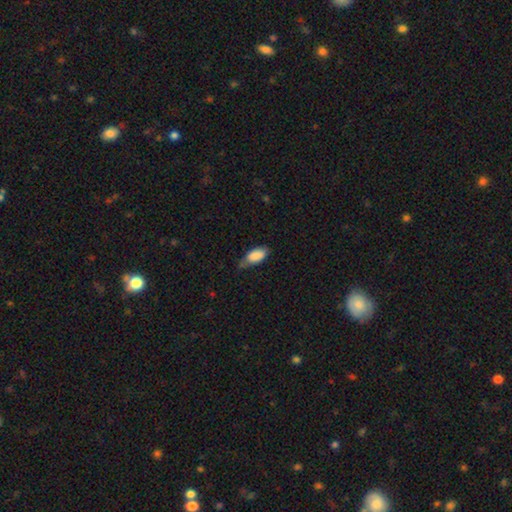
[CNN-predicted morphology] Q: Smooth or featured?
A: smooth (86%); runner-up: featured or disk (8%)
Q: How rounded?
A: in between (89%); runner-up: cigar-shaped (8%)
Q: Merging?
A: none (45%); runner-up: minor disturbance (43%)